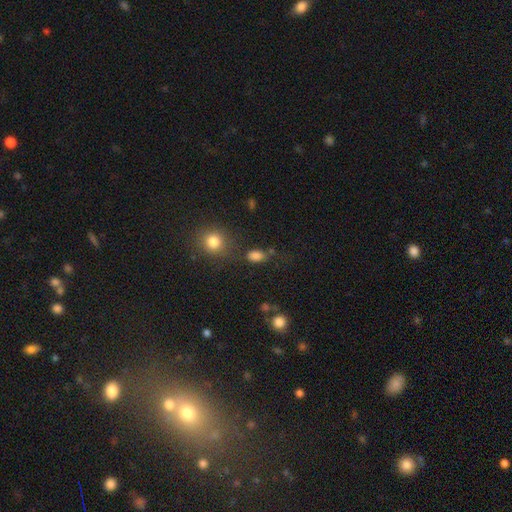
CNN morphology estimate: smooth 83%, star or artifact 12%, featured or disk 6%. Down the decision tree: how rounded — in between (81%); merging — none (64%).